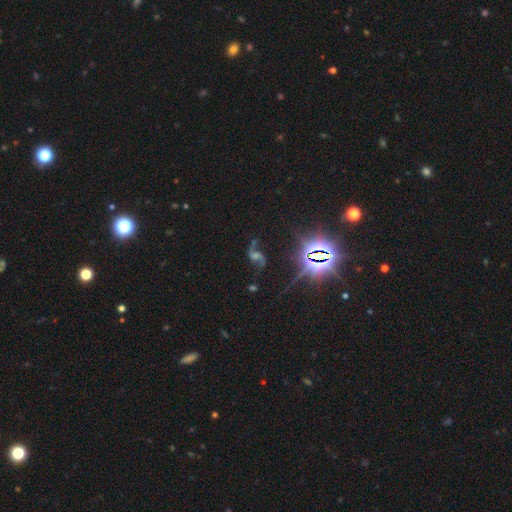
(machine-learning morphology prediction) Q: Smooth or featured?
A: featured or disk (68%); runner-up: star or artifact (25%)
Q: Edge-on disk?
A: no (95%); runner-up: yes (5%)
Q: Bar?
A: no (51%); runner-up: weak (32%)
Q: Spiral arms?
A: yes (94%); runner-up: no (6%)
Q: Spiral winding?
A: loose (79%); runner-up: medium (17%)
Q: Spiral arm count?
A: 2 (91%); runner-up: 1 (4%)
Q: Bulge size?
A: moderate (35%); runner-up: small (32%)
Q: Merging?
A: none (67%); runner-up: minor disturbance (15%)